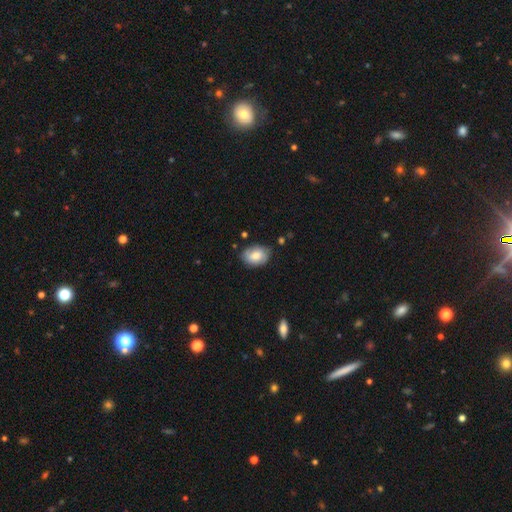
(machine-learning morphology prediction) smooth-or-featured: smooth: 71% | featured or disk: 22% | star or artifact: 7%
  how-rounded: in between: 74% | round: 25% | cigar-shaped: 1%
  merging: none: 76% | minor disturbance: 19% | major disturbance: 3% | merger: 2%